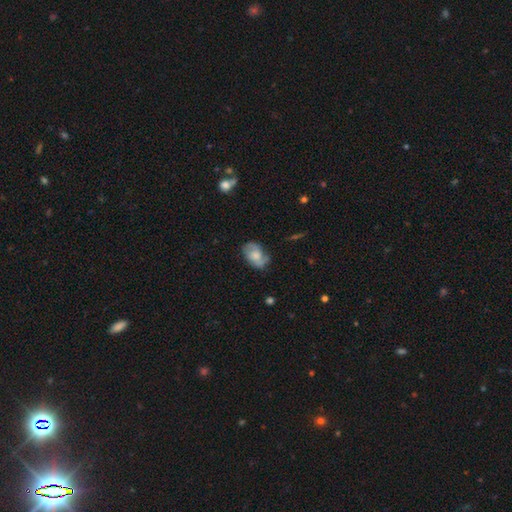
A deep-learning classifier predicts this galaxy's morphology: smooth_or_featured: featured or disk (p=0.51) [alt: smooth p=0.41]
disk_edge_on: no (p=0.96) [alt: yes p=0.04]
merging: none (p=0.61) [alt: minor disturbance p=0.26]